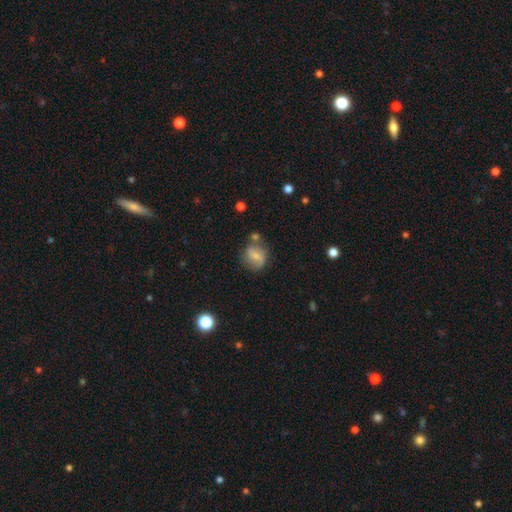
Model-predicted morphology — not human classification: Overall: smooth (55%; featured or disk 35%). How rounded: round (69%). Merging: none (60%; minor disturbance 21%).